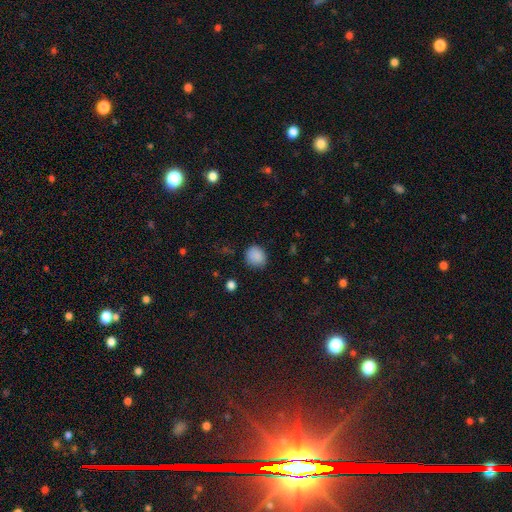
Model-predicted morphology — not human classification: Smooth or featured: smooth — 87% (star or artifact — 9%)
How rounded: round — 73% (in between — 26%)
Merging: none — 80% (minor disturbance — 16%)